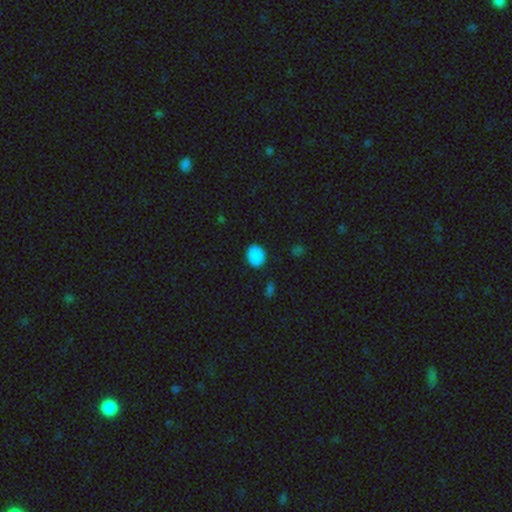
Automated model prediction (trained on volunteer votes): Smooth or featured: smooth — 88% (star or artifact — 9%)
How rounded: in between — 52% (round — 47%)
Merging: none — 88% (minor disturbance — 8%)